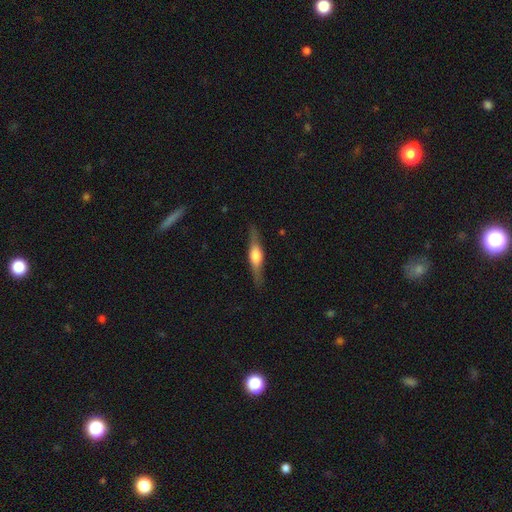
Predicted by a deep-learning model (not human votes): A featured or disk galaxy (67%) viewed edge-on (96%) with a rounded central bulge (85%). Merging: none (86%).